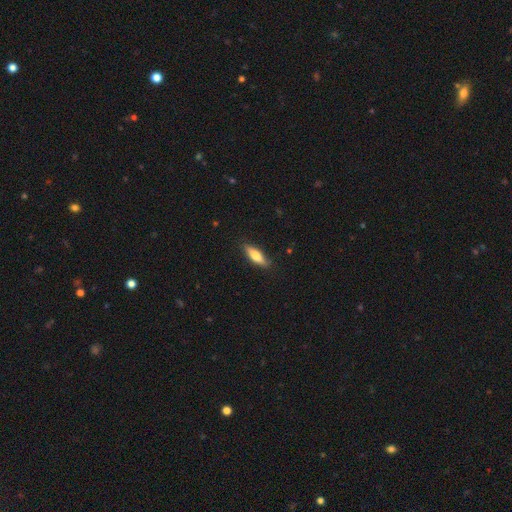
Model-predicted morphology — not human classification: A smooth galaxy with no disk features (72%) that is cigar-shaped (50%). Merging: none (83%).